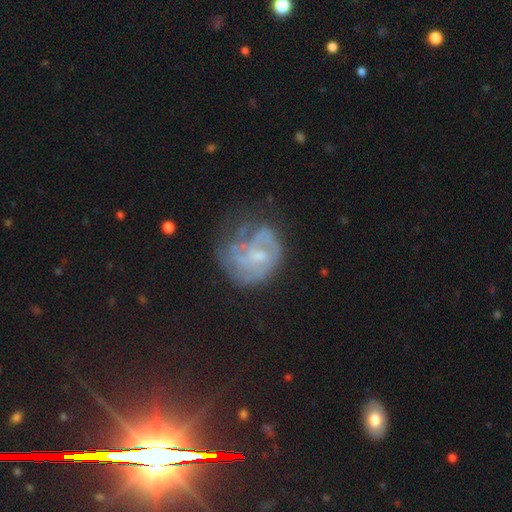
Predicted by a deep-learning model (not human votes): This appears to be a featured or disk galaxy (68%) with no bar (52%), spiral arms (71%) and a small central bulge (44%). Merging: none (46%).